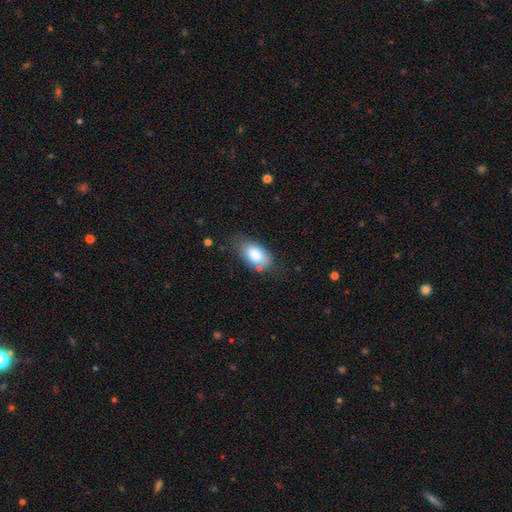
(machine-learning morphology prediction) smooth-or-featured: smooth: 83% | featured or disk: 10% | star or artifact: 7%
  how-rounded: in between: 93% | round: 5% | cigar-shaped: 3%
  merging: none: 67% | minor disturbance: 23% | major disturbance: 6% | merger: 4%